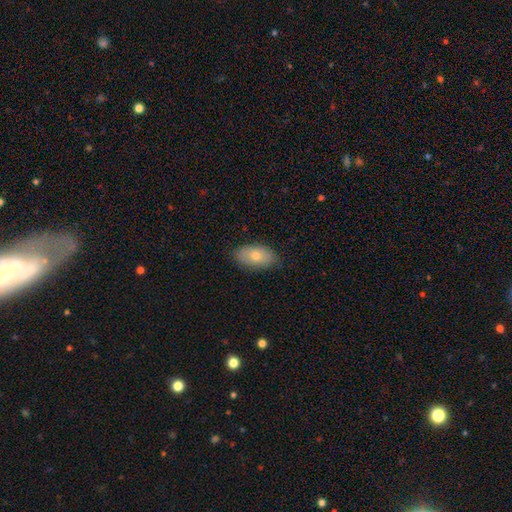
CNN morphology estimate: A smooth galaxy with no disk features (73%) that is in between round and cigar-shaped (92%).

Vote fractions:
- Smooth or featured? smooth: 73% / featured or disk: 20% / star or artifact: 7%
- How rounded? in between: 92% / round: 6% / cigar-shaped: 2%
- Merging? none: 82% / minor disturbance: 14% / major disturbance: 3% / merger: 1%